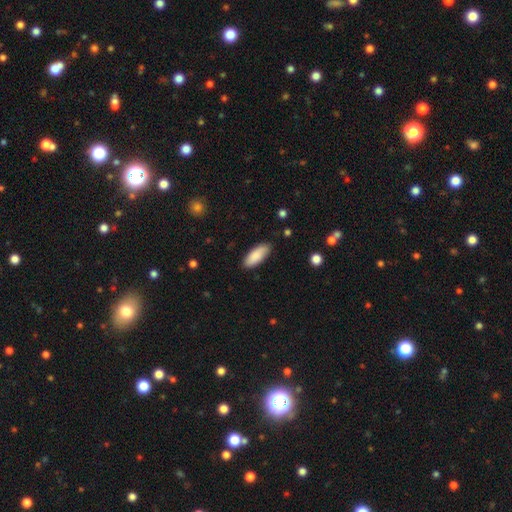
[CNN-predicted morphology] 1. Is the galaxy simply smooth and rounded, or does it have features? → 87% smooth, 7% featured or disk, 6% star or artifact.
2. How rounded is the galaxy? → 79% in between, 20% cigar-shaped, 2% round.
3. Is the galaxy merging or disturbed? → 83% none, 13% minor disturbance, 2% major disturbance, 1% merger.